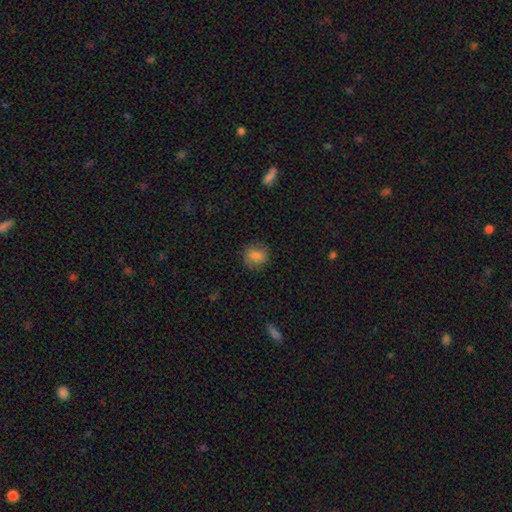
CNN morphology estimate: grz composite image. It shows a smooth galaxy with no disk features (82%) that is round (70%). Merging: none (79%).